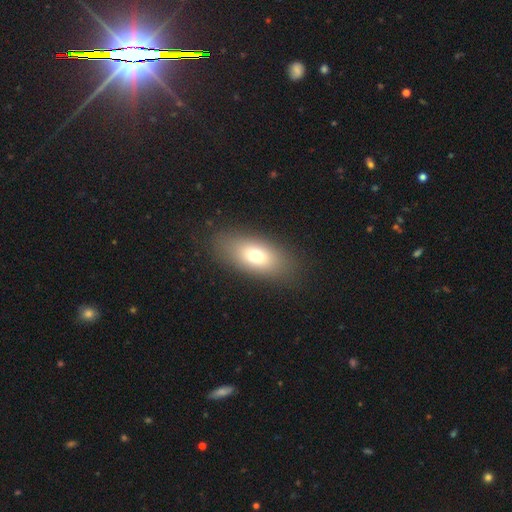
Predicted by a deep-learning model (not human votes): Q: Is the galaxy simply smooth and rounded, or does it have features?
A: smooth — 71%.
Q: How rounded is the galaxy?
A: in between — 86%.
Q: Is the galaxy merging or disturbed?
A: none — 84%.